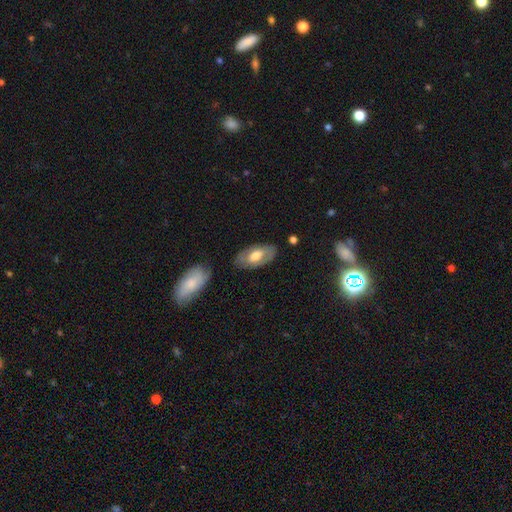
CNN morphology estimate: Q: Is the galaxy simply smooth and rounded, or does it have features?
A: smooth — 48%.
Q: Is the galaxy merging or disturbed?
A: none — 77%.